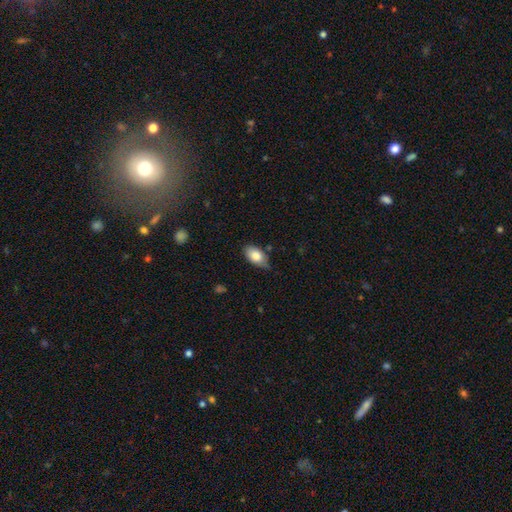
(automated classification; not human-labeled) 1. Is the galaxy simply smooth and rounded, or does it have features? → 82% smooth, 11% featured or disk, 7% star or artifact.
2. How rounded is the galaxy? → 92% in between, 6% round, 2% cigar-shaped.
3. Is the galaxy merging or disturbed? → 66% none, 28% minor disturbance, 4% major disturbance, 2% merger.